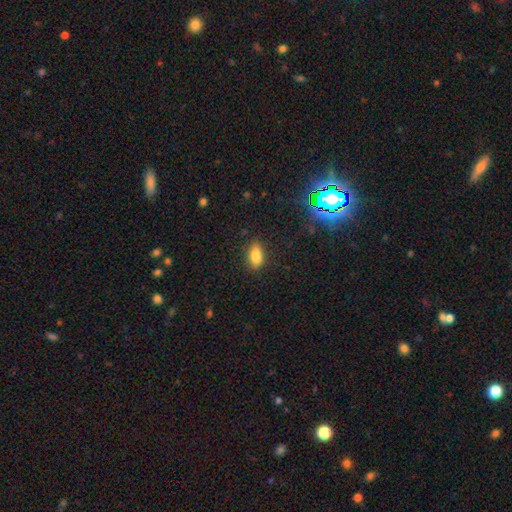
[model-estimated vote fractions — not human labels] smooth 83%, star or artifact 10%, featured or disk 7%. Down the decision tree: how rounded — in between (87%); merging — none (80%).